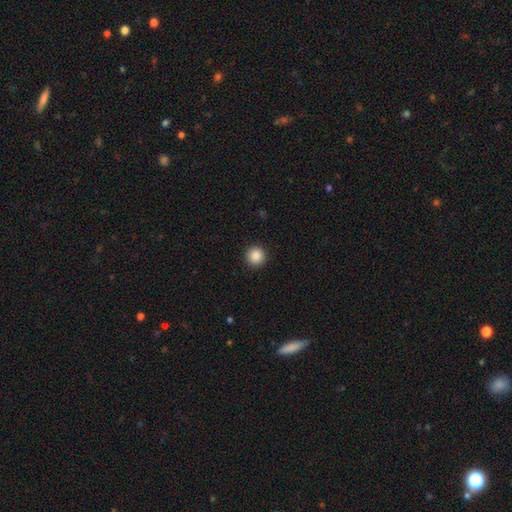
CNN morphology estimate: The model was most divided on "smooth or featured": smooth: 87%, star or artifact: 9%, featured or disk: 4%. More confident: how rounded — round (96%); merging — none (93%).